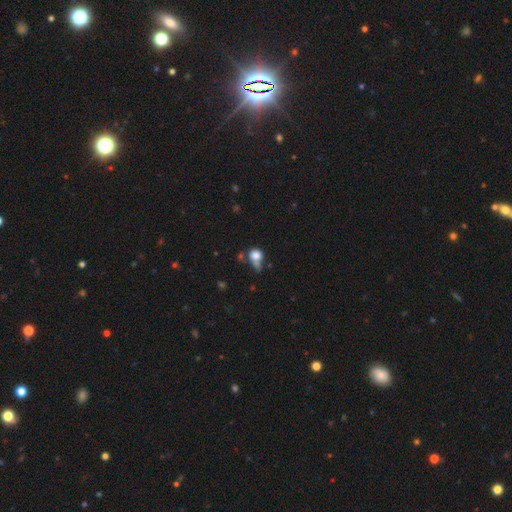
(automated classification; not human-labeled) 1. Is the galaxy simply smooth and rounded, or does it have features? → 74% smooth, 13% featured or disk, 13% star or artifact.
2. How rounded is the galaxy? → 65% round, 33% in between, 2% cigar-shaped.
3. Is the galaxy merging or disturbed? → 33% none, 24% merger, 22% major disturbance, 21% minor disturbance.